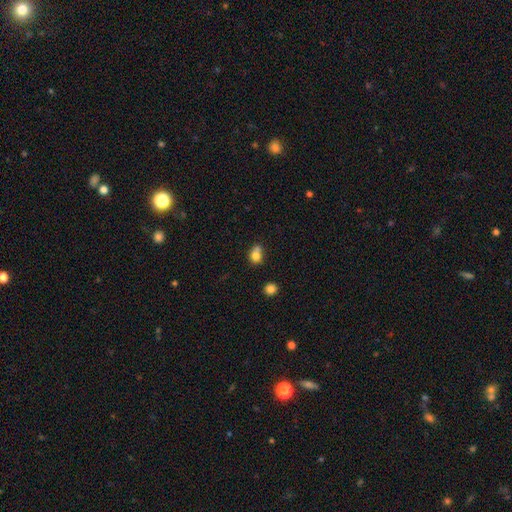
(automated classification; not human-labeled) smooth-or-featured: smooth: 77% | featured or disk: 12% | star or artifact: 11%
  how-rounded: round: 67% | in between: 32% | cigar-shaped: 1%
  merging: none: 44% | merger: 37% | minor disturbance: 14% | major disturbance: 5%